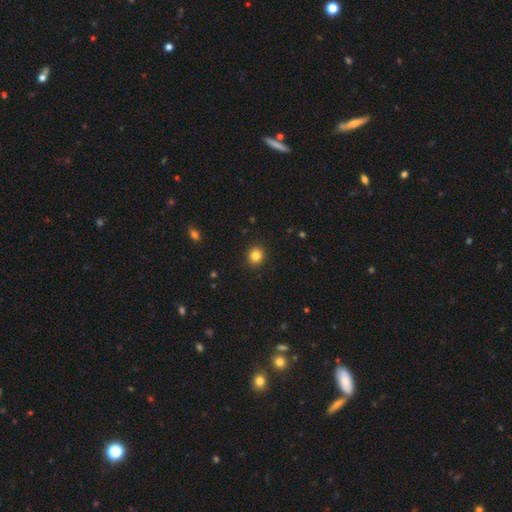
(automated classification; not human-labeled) smooth-or-featured: smooth: 83% | star or artifact: 12% | featured or disk: 5%
  how-rounded: round: 87% | in between: 12% | cigar-shaped: 1%
  merging: none: 92% | minor disturbance: 5% | major disturbance: 2% | merger: 1%